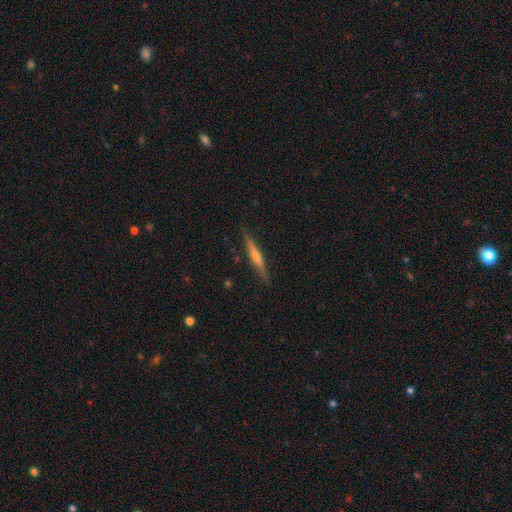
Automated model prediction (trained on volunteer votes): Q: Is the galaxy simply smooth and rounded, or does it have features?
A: featured or disk — 60%.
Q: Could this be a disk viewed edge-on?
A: yes — 97%.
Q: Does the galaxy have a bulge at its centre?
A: rounded — 70%.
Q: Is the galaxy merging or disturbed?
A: none — 89%.